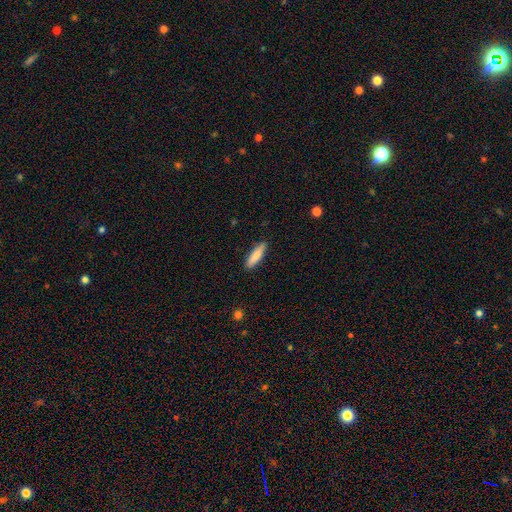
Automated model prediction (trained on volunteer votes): The model was most divided on "how rounded": cigar-shaped: 72%, in between: 27%, round: 2%. More confident: merging — none (89%); smooth or featured — smooth (84%).